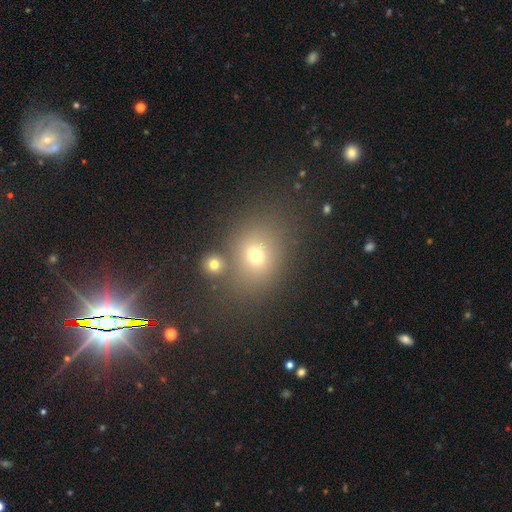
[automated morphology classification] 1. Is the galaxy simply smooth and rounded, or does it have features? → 68% smooth, 20% star or artifact, 12% featured or disk.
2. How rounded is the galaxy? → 54% round, 45% in between, 1% cigar-shaped.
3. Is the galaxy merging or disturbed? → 70% none, 13% merger, 11% minor disturbance, 6% major disturbance.